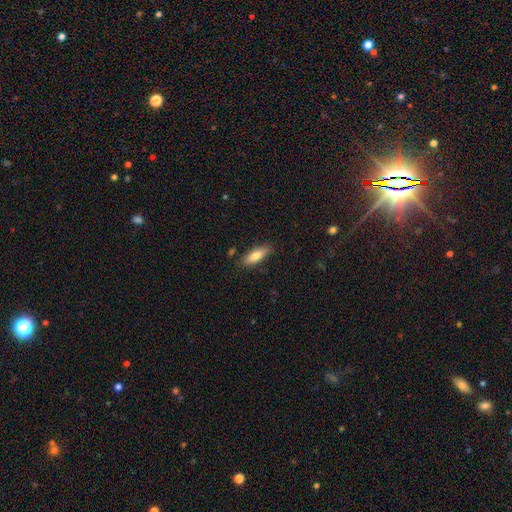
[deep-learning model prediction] Smooth or featured: smooth — 76% (featured or disk — 18%)
How rounded: in between — 57% (cigar-shaped — 41%)
Merging: none — 84% (minor disturbance — 12%)